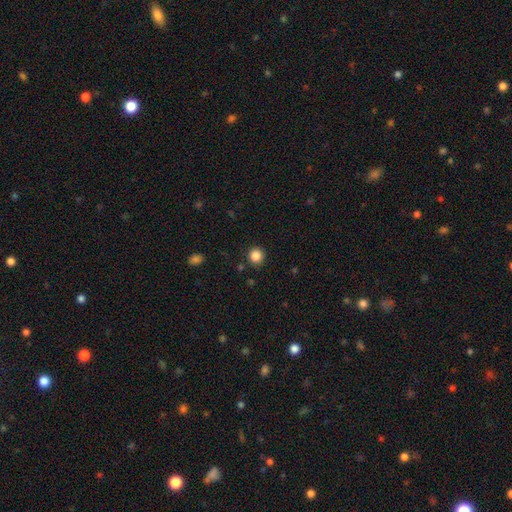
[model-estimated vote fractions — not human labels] smooth-or-featured: smooth: 85% | star or artifact: 11% | featured or disk: 4%
  how-rounded: round: 92% | in between: 7% | cigar-shaped: 1%
  merging: none: 90% | minor disturbance: 6% | major disturbance: 2% | merger: 2%